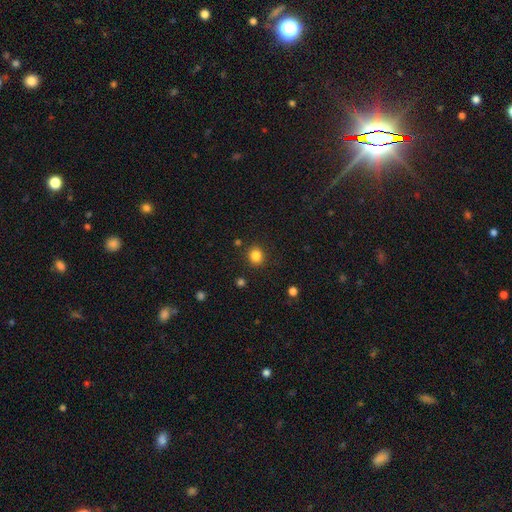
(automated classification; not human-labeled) A smooth galaxy with no disk features (84%) that is round (82%). Merging: none (89%).